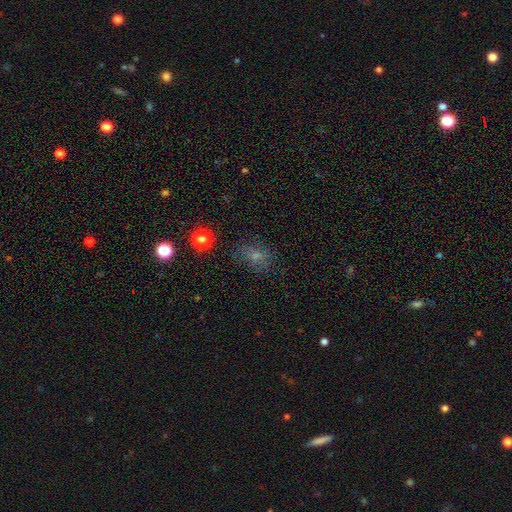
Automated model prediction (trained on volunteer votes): Q: Smooth or featured?
A: smooth (63%); runner-up: star or artifact (23%)
Q: How rounded?
A: in between (65%); runner-up: round (33%)
Q: Merging?
A: none (72%); runner-up: minor disturbance (18%)